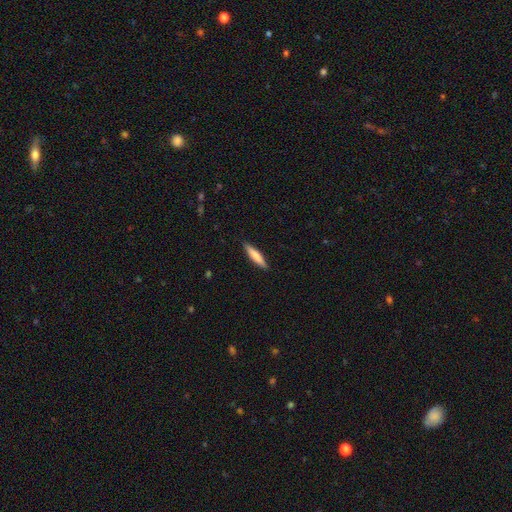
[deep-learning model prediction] smooth 78%, featured or disk 17%, star or artifact 5%. Down the decision tree: how rounded — cigar-shaped (85%); merging — none (90%).